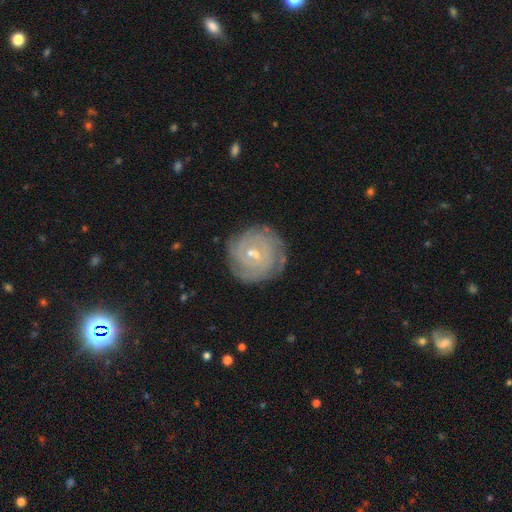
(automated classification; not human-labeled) A featured or disk galaxy (77%) with a weak bar (56%), tight (80%) spiral arms (92%) and a small central bulge (59%).

Vote fractions:
- Smooth or featured? featured or disk: 77% / smooth: 16% / star or artifact: 7%
- Edge-on disk? no: 97% / yes: 3%
- Bar? weak: 56% / no: 30% / strong: 14%
- Spiral arms? yes: 92% / no: 8%
- Spiral winding? tight: 80% / medium: 16% / loose: 4%
- Spiral arm count? can't tell: 43% / 2: 20% / 3: 15% / 4: 11% / more than 4: 6% / 1: 5%
- Bulge size? small: 59% / moderate: 37% / none: 2% / large: 1% / dominant: 1%
- Merging? none: 80% / minor disturbance: 14% / major disturbance: 4% / merger: 1%